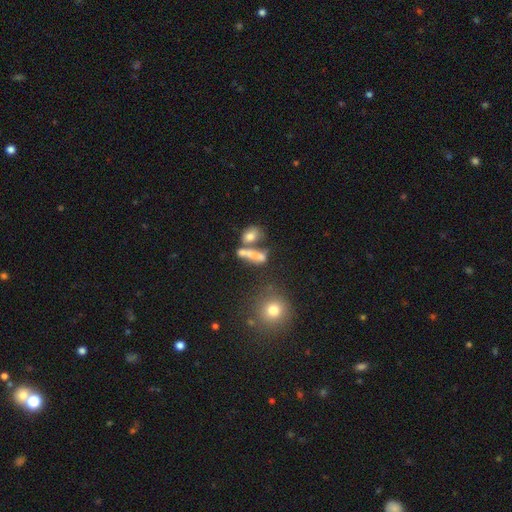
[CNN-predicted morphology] Smooth or featured? Predicted: smooth (p=0.65). How rounded? Predicted: in between (p=0.43). Merging? Predicted: none (p=0.37, tied with merger).